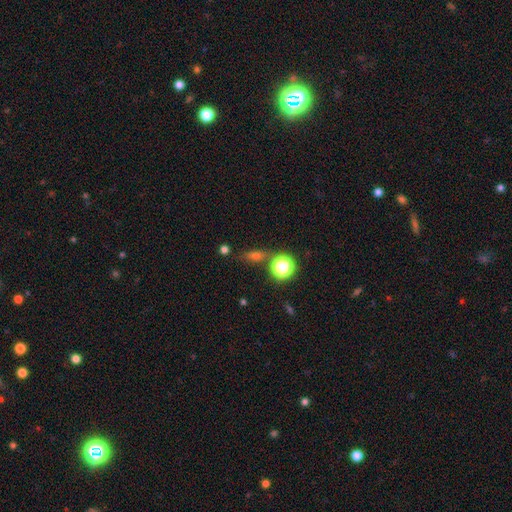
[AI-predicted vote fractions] smooth-or-featured: smooth: 50% | star or artifact: 34% | featured or disk: 16%
  merging: none: 76% | minor disturbance: 12% | merger: 7% | major disturbance: 5%